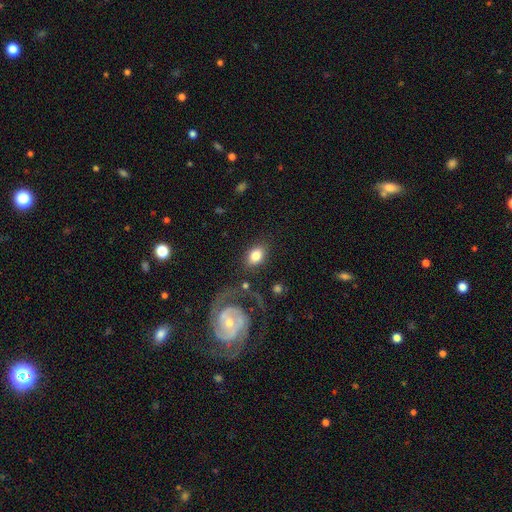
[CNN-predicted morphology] This appears to be a smooth galaxy with no disk features (79%) that is in between round and cigar-shaped (78%). Merging: none (74%).